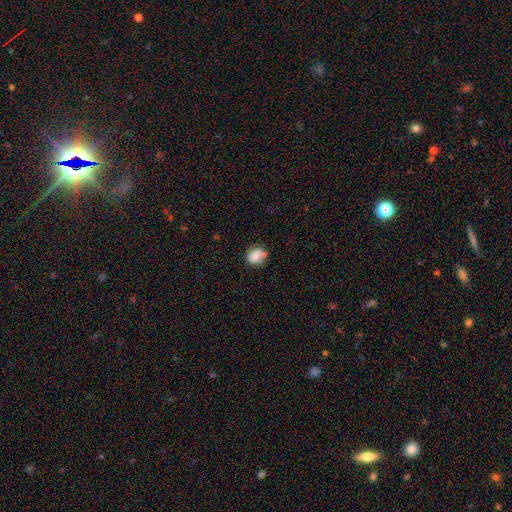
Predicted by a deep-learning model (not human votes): smooth-or-featured: smooth: 70% | featured or disk: 20% | star or artifact: 9%
  how-rounded: round: 60% | in between: 39% | cigar-shaped: 1%
  merging: none: 53% | minor disturbance: 24% | merger: 14% | major disturbance: 8%